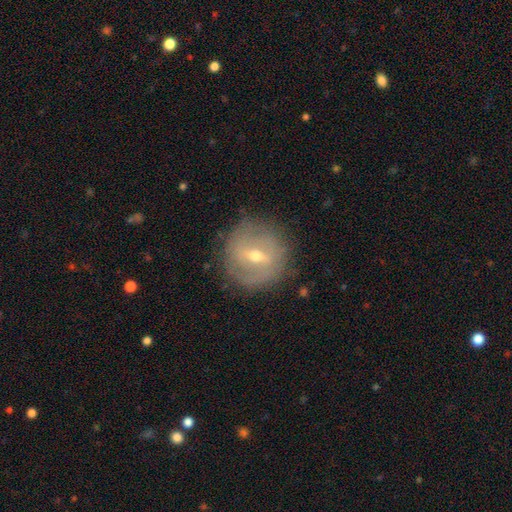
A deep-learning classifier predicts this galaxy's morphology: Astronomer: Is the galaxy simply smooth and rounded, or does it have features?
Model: featured or disk — 64%.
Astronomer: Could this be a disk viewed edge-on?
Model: no — 92%.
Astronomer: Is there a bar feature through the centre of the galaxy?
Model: weak — 51% (runner-up: strong, 33%).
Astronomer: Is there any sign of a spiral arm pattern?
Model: yes — 51% (runner-up: no, 49%).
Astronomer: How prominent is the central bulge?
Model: moderate — 56% (runner-up: small, 40%).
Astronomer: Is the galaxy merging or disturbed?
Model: none — 80%.